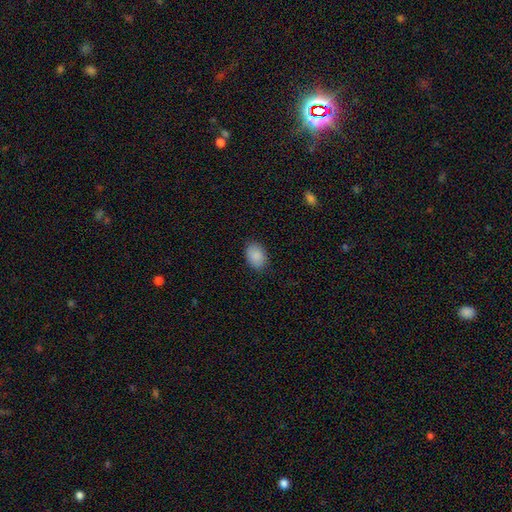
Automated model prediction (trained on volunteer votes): A smooth galaxy with no disk features (89%) that is in between round and cigar-shaped (80%). Merging: none (86%).